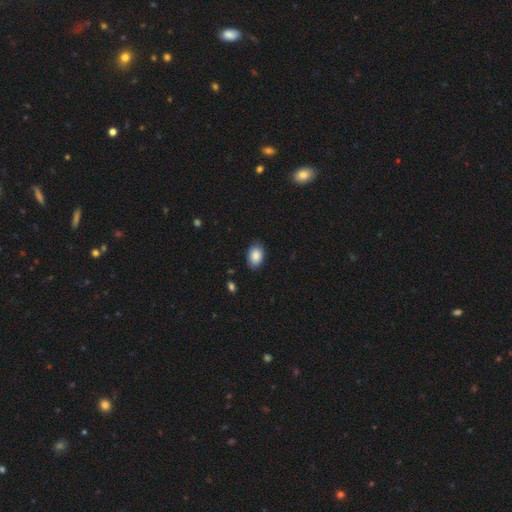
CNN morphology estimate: The model was most divided on "merging": none: 84%, minor disturbance: 12%, major disturbance: 2%, merger: 1%. More confident: how rounded — in between (89%); smooth or featured — smooth (87%).